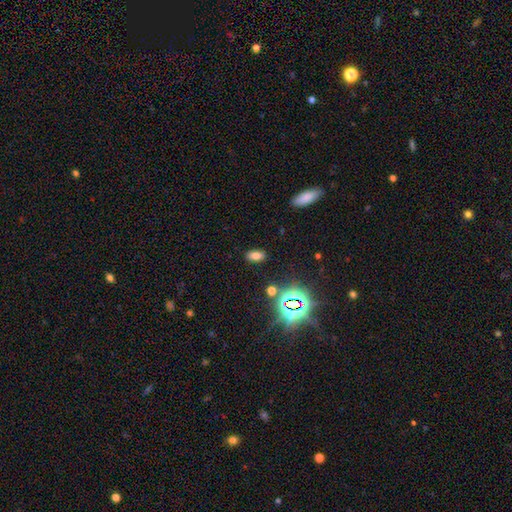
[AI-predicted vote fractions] A smooth galaxy with no disk features (69%) that is in between round and cigar-shaped (89%). Merging: none (86%).